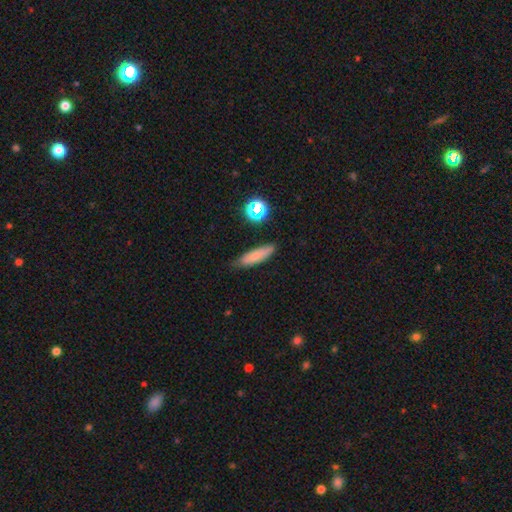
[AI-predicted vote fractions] smooth 74%, featured or disk 16%, star or artifact 10%. Down the decision tree: how rounded — cigar-shaped (60%); merging — none (76%).